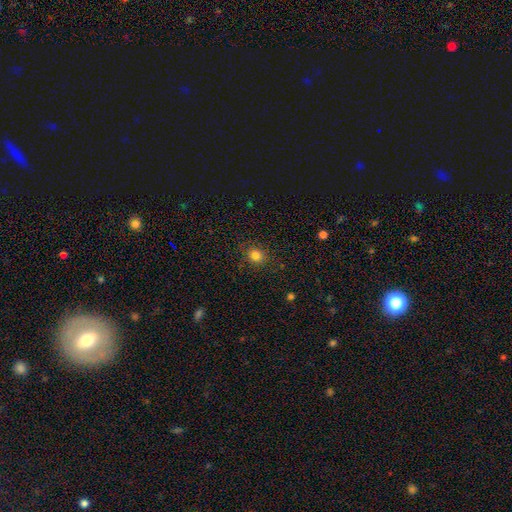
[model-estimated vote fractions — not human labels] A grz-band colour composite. It shows a smooth galaxy with no disk features (82%) that is round (72%). Merging: none (87%).